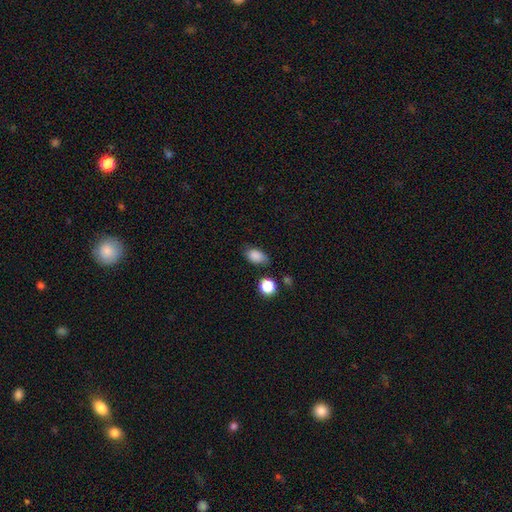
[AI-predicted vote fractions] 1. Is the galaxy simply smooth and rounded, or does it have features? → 86% smooth, 9% star or artifact, 5% featured or disk.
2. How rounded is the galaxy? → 84% in between, 14% round, 2% cigar-shaped.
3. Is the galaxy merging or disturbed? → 69% none, 22% minor disturbance, 5% major disturbance, 4% merger.